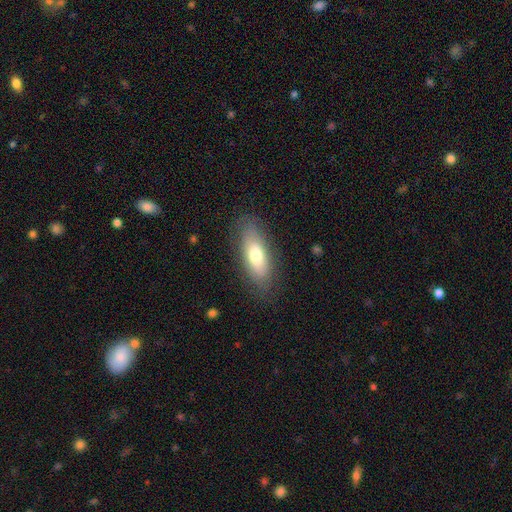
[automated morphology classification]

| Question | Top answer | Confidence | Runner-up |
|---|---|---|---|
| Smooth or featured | smooth | 69% | featured or disk (24%) |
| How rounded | in between | 73% | cigar-shaped (24%) |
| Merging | none | 81% | minor disturbance (13%) |